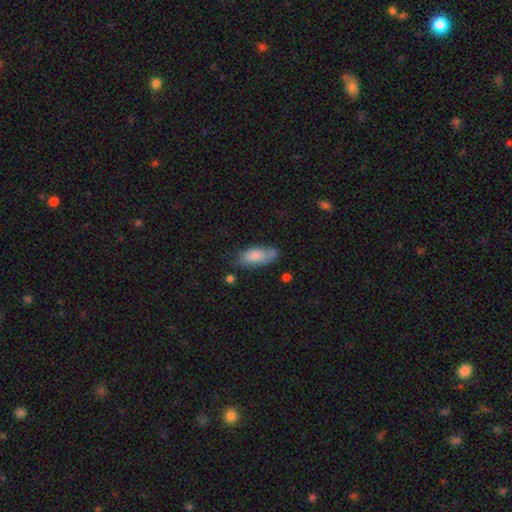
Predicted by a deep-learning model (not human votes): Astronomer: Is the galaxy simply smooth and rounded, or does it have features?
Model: smooth — 80%.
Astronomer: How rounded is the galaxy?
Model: in between — 83%.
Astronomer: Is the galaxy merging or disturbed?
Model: none — 57%.